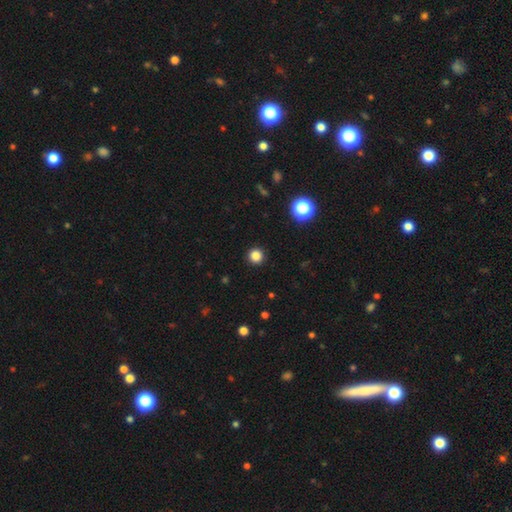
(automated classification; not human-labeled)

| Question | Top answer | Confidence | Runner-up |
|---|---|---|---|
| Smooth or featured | smooth | 83% | star or artifact (13%) |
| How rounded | round | 96% | in between (4%) |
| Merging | none | 93% | minor disturbance (4%) |